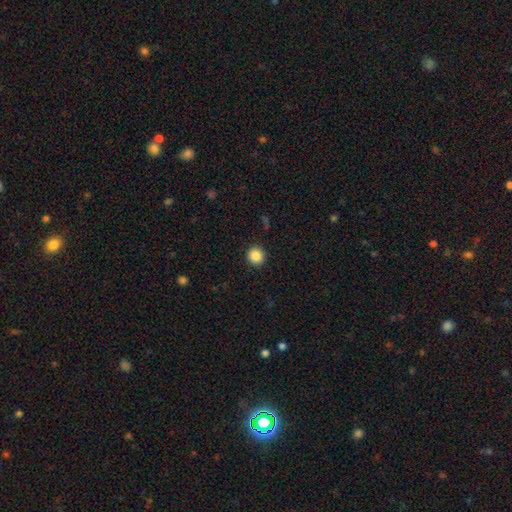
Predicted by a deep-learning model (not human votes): Q: Smooth or featured?
A: smooth (87%); runner-up: star or artifact (9%)
Q: How rounded?
A: round (92%); runner-up: in between (7%)
Q: Merging?
A: none (91%); runner-up: minor disturbance (6%)